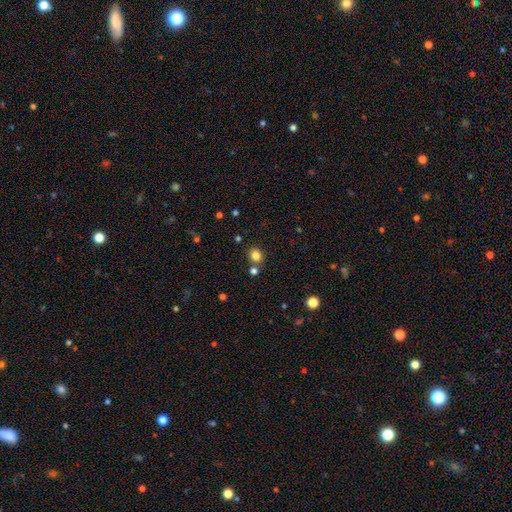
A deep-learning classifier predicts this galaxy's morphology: Overall: smooth (81%). How rounded: round (76%). Merging: none (77%).